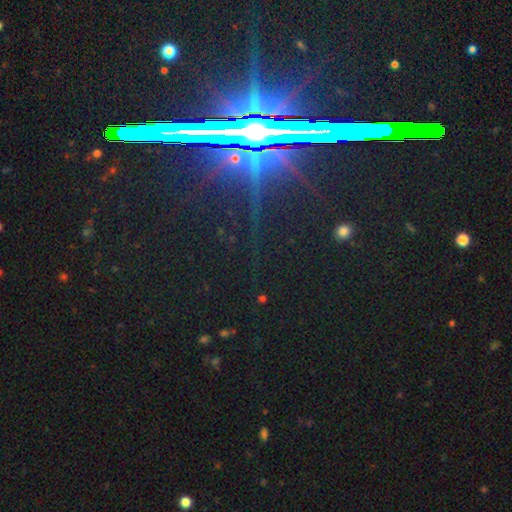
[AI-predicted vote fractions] A star or artifact, not a galaxy (81%).

Vote fractions:
- Smooth or featured? star or artifact: 81% / featured or disk: 11% / smooth: 8%